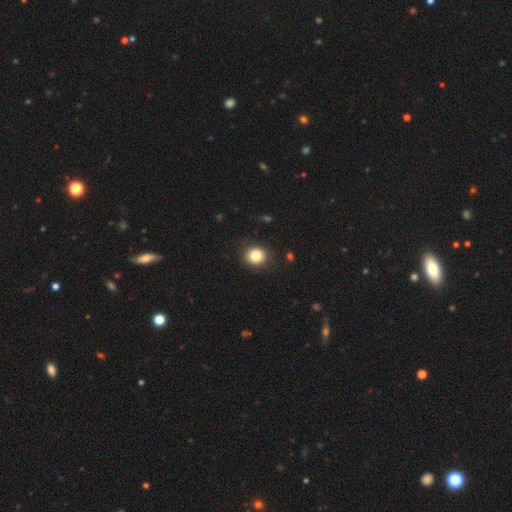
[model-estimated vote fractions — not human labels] Smooth or featured?
  - smooth: 83% *
  - star or artifact: 10%
  - featured or disk: 7%
How rounded?
  - round: 79% *
  - in between: 20%
  - cigar-shaped: 1%
Merging?
  - none: 88% *
  - minor disturbance: 8%
  - major disturbance: 3%
  - merger: 1%